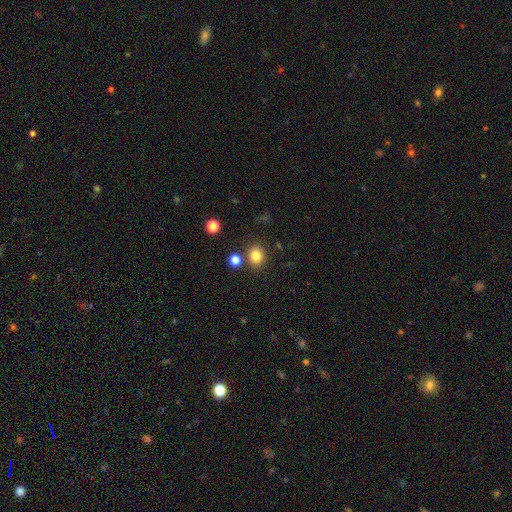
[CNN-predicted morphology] smooth_or_featured: smooth (p=0.82) [alt: star or artifact p=0.12]
how_rounded: round (p=0.65) [alt: in between p=0.34]
merging: none (p=0.80) [alt: minor disturbance p=0.09]